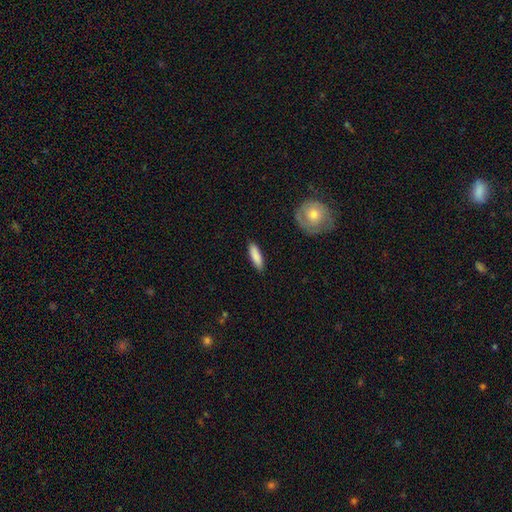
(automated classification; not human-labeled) This is clearly a smooth galaxy (86%). How rounded: likely cigar-shaped (63%). Merging: clearly none (88%).